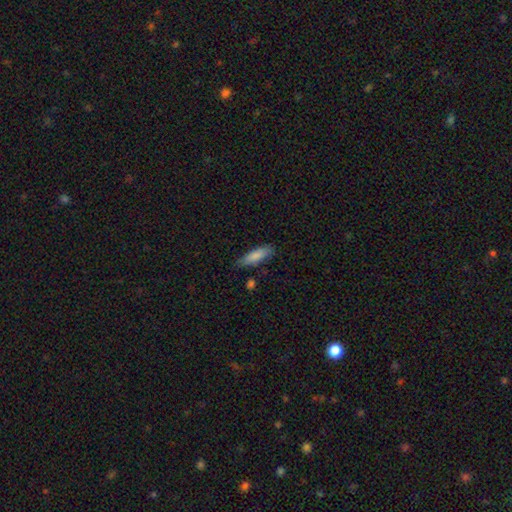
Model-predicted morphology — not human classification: This is clearly a smooth galaxy (83%). How rounded: possibly cigar-shaped (59%). Merging: likely none (74%).